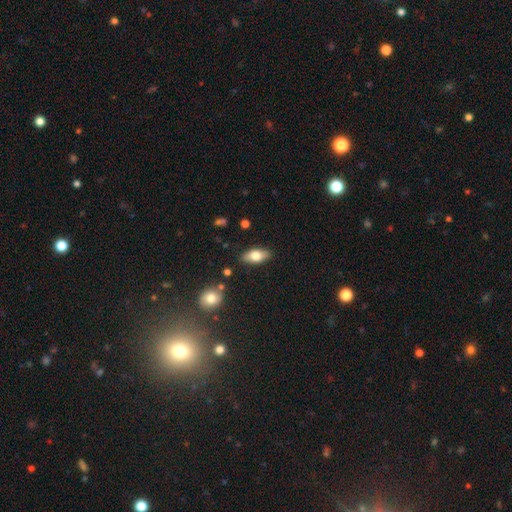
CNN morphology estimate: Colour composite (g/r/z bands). It shows a smooth galaxy with no disk features (71%) that is in between round and cigar-shaped (86%). Merging: none (86%).